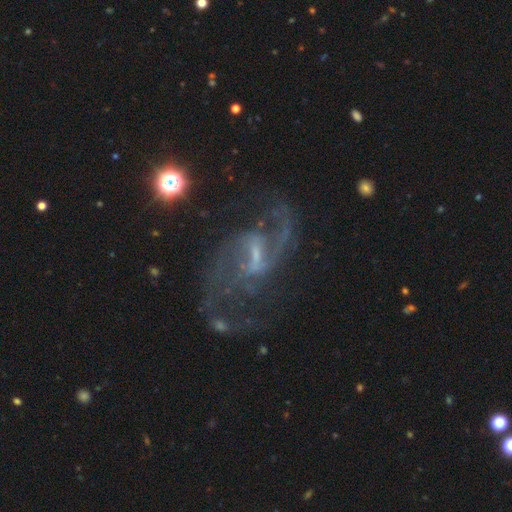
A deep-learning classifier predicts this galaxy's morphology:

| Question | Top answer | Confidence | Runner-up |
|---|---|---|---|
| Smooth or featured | featured or disk | 88% | star or artifact (7%) |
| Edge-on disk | no | 97% | yes (3%) |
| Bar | weak | 55% | strong (31%) |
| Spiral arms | yes | 95% | no (5%) |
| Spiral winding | loose | 53% | medium (39%) |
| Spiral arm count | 2 | 80% | can't tell (7%) |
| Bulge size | small | 53% | moderate (22%) |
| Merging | none | 55% | major disturbance (24%) |